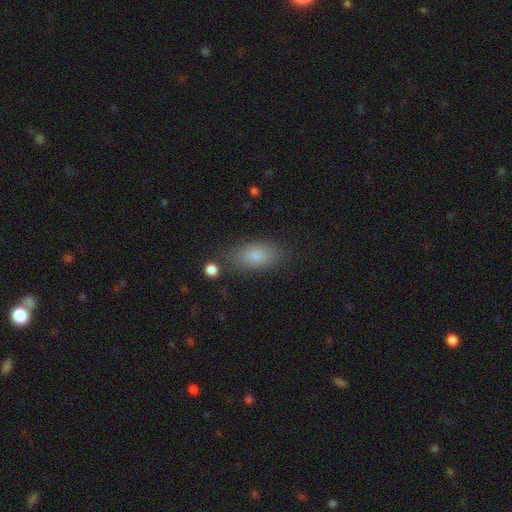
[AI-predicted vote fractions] This is clearly a smooth galaxy (82%). How rounded: clearly in between (89%). Merging: likely none (76%).